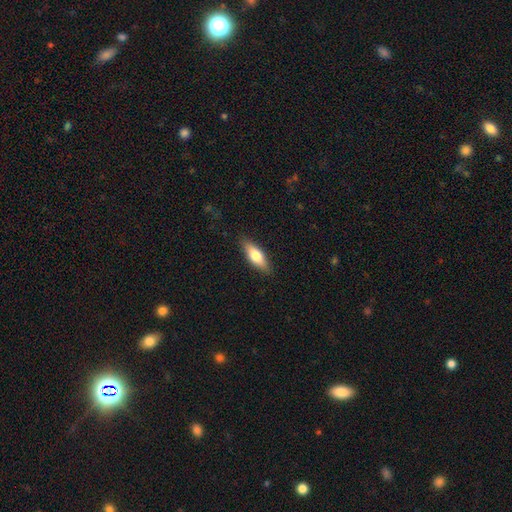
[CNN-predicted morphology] A smooth galaxy with no disk features (70%) that is in between round and cigar-shaped (65%). Merging: none (87%).